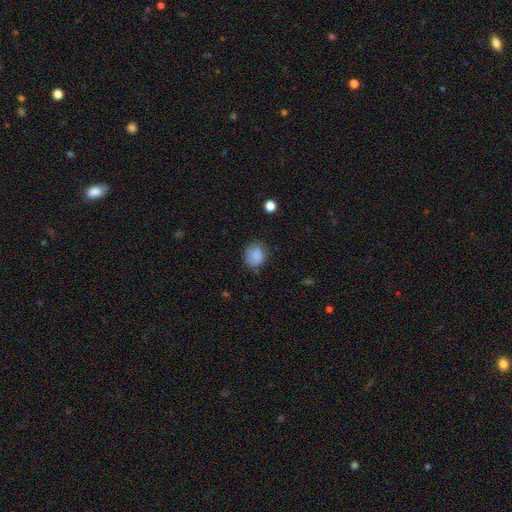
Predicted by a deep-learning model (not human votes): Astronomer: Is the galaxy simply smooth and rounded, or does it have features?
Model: smooth — 84%.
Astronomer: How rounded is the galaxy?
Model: round — 55% (runner-up: in between, 44%).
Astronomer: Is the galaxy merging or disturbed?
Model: none — 71%.